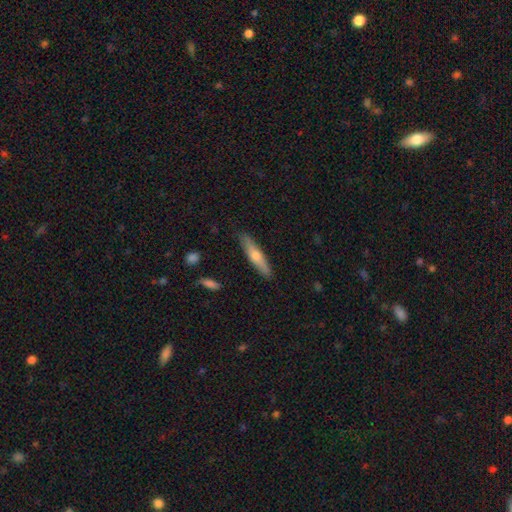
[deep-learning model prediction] Overall: smooth (52%; featured or disk 42%). How rounded: cigar-shaped (82%). Merging: none (88%).